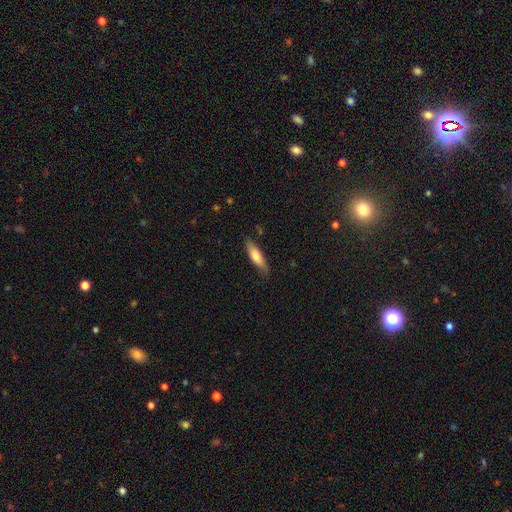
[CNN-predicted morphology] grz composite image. It shows a smooth galaxy with no disk features (67%) that is cigar-shaped (69%). Merging: none (82%).